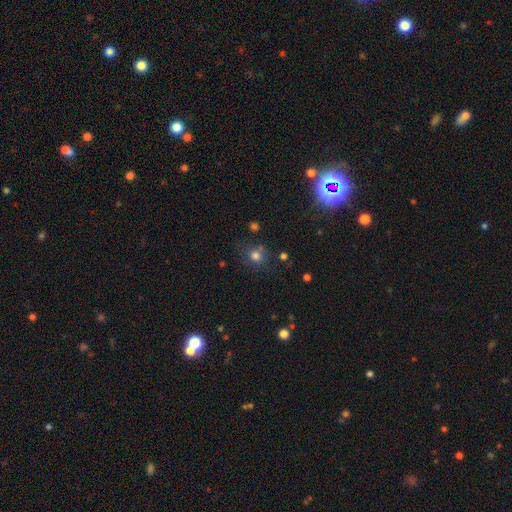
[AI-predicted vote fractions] A smooth galaxy with no disk features (74%) that is round (76%).

Vote fractions:
- Smooth or featured? smooth: 74% / star or artifact: 18% / featured or disk: 8%
- How rounded? round: 76% / in between: 23% / cigar-shaped: 1%
- Merging? none: 68% / minor disturbance: 15% / merger: 12% / major disturbance: 6%